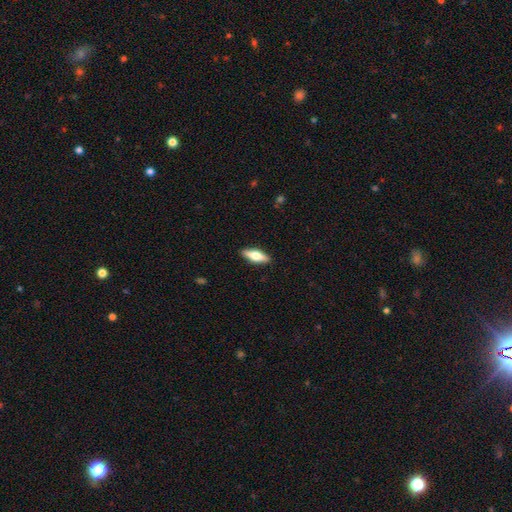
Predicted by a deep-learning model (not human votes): Overall: smooth (52%; featured or disk 42%). How rounded: in between (57%; cigar-shaped 40%). Merging: none (90%).